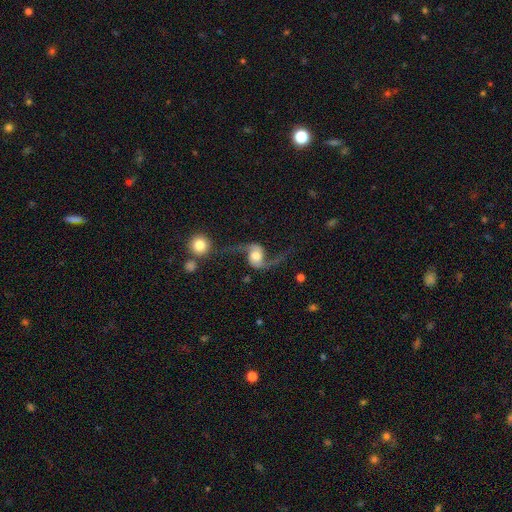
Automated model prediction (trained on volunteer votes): Smooth or featured? featured or disk (88%)
Edge-on disk? no (97%)
Bar? no (57%)
Spiral arms? yes (97%)
Spiral winding? loose (88%)
Spiral arm count? 2 (94%)
Bulge size? moderate (43%)
Merging? none (63%)